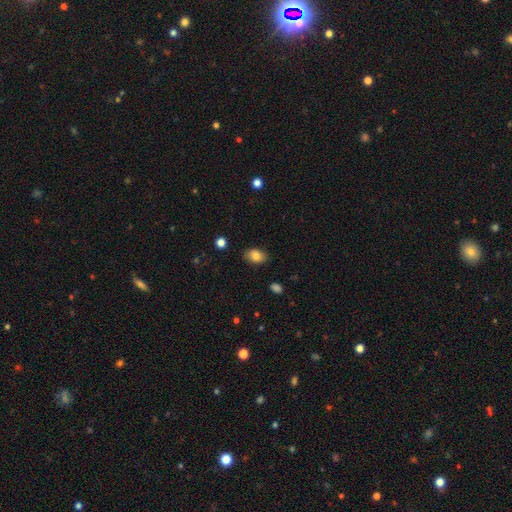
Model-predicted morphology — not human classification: smooth 85%, star or artifact 9%, featured or disk 7%. Down the decision tree: how rounded — in between (82%); merging — none (85%).